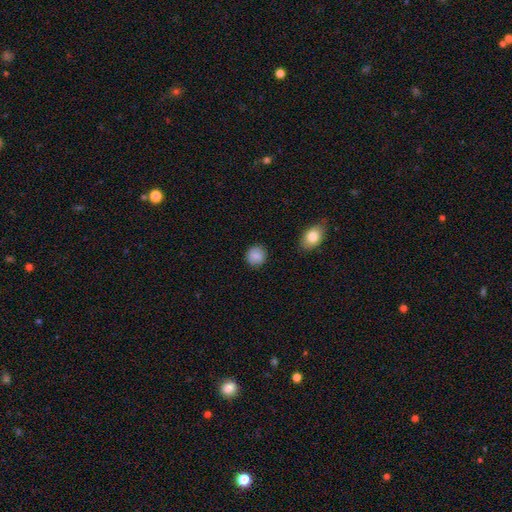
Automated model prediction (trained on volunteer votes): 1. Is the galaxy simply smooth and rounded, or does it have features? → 88% smooth, 8% star or artifact, 4% featured or disk.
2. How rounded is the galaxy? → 89% round, 10% in between, 1% cigar-shaped.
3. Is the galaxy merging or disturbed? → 89% none, 7% minor disturbance, 2% major disturbance, 1% merger.